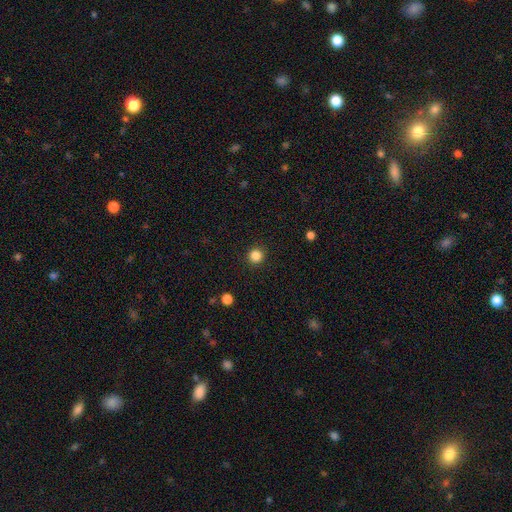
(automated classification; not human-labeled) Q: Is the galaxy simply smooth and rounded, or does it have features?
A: smooth — 85%.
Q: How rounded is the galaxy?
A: round — 95%.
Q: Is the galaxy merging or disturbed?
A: none — 92%.